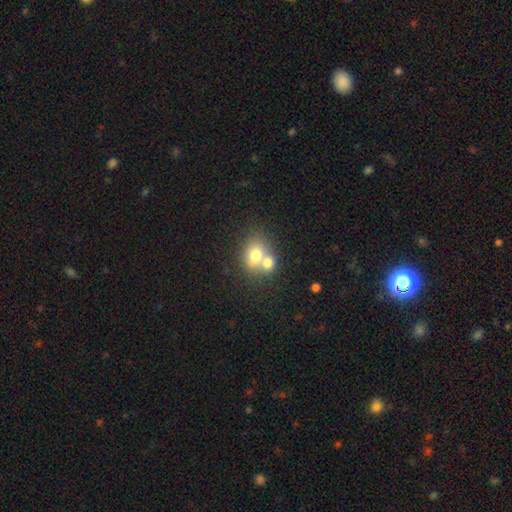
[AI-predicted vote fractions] This is likely a smooth galaxy (71%). How rounded: possibly in between (50%). Merging: likely merger (62%).